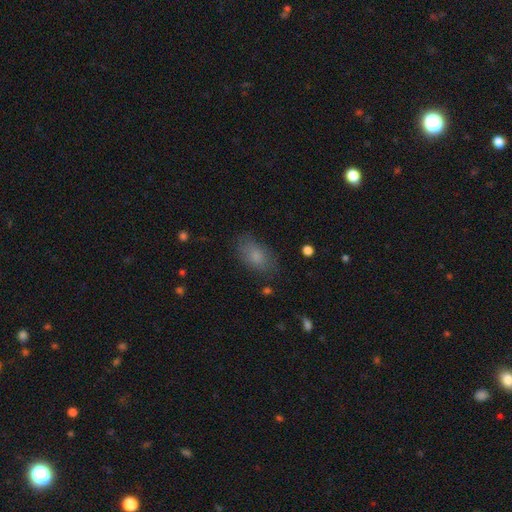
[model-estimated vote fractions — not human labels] A smooth galaxy with no disk features (80%) that is in between round and cigar-shaped (90%). Merging: none (78%).